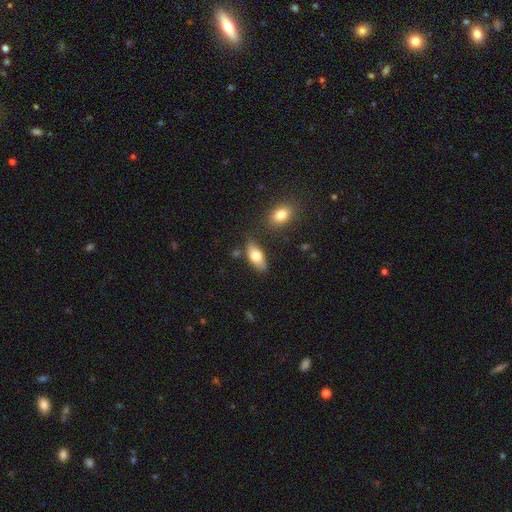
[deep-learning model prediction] Q: Smooth or featured?
A: smooth (71%); runner-up: featured or disk (23%)
Q: How rounded?
A: in between (84%); runner-up: cigar-shaped (13%)
Q: Merging?
A: none (73%); runner-up: minor disturbance (17%)